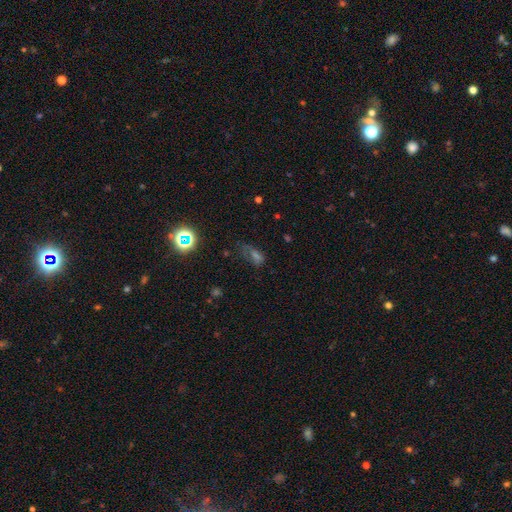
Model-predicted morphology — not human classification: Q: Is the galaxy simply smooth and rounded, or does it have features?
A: smooth — 39%.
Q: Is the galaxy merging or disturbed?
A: none — 48%.